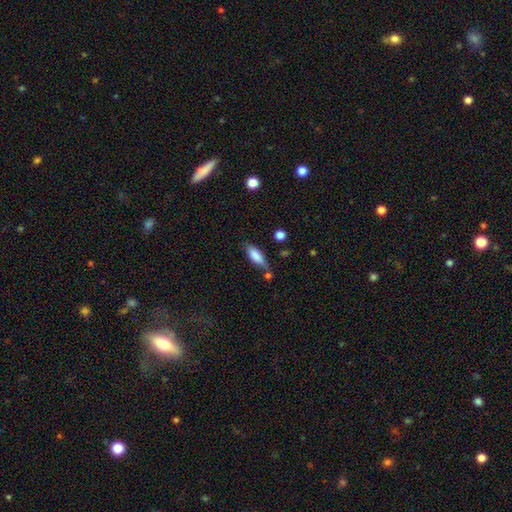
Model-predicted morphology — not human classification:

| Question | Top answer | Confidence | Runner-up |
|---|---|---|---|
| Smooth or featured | smooth | 82% | featured or disk (10%) |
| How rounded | in between | 67% | cigar-shaped (31%) |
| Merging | none | 60% | minor disturbance (24%) |